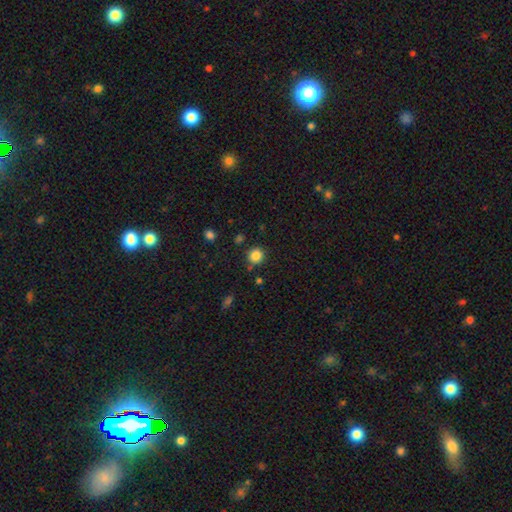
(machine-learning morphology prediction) Overall: smooth (84%). How rounded: round (92%). Merging: none (85%).